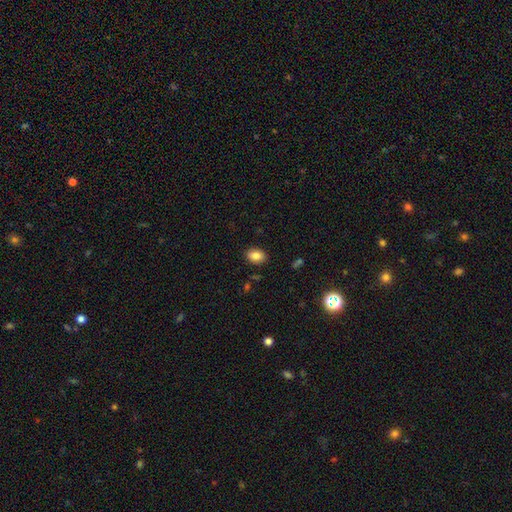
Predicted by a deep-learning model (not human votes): Q: Smooth or featured?
A: smooth (85%); runner-up: star or artifact (9%)
Q: How rounded?
A: in between (79%); runner-up: round (20%)
Q: Merging?
A: none (88%); runner-up: minor disturbance (8%)